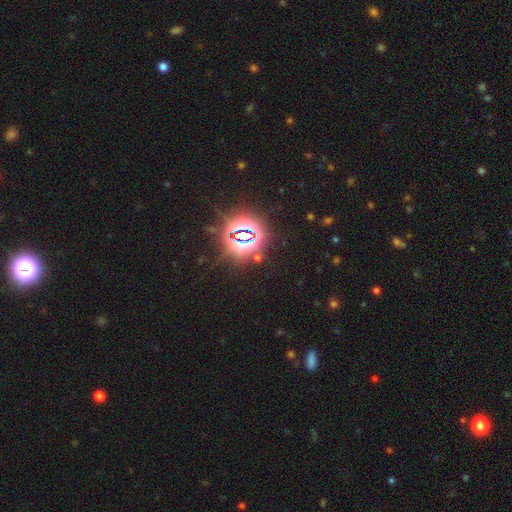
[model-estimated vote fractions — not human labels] A star or artifact, not a galaxy (83%).

Vote fractions:
- Smooth or featured? star or artifact: 83% / smooth: 10% / featured or disk: 8%